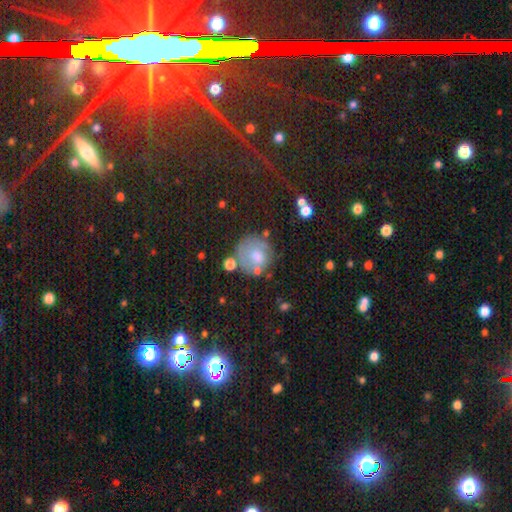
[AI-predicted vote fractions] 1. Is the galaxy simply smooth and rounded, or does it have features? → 56% smooth, 33% featured or disk, 11% star or artifact.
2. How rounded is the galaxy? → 84% round, 15% in between, 1% cigar-shaped.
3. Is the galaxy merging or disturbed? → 55% none, 23% minor disturbance, 14% major disturbance, 8% merger.